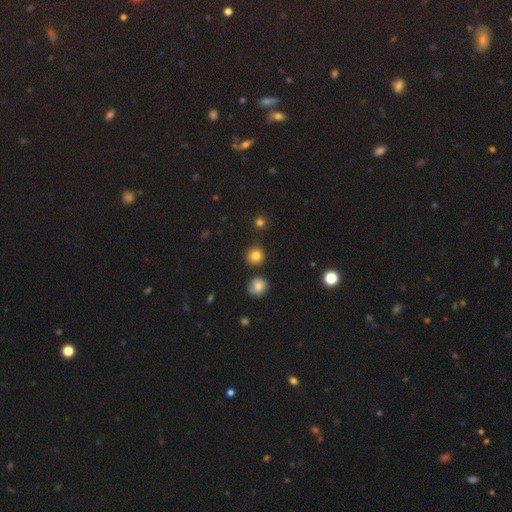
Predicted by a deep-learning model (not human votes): Q: Smooth or featured?
A: smooth (82%); runner-up: star or artifact (12%)
Q: How rounded?
A: round (92%); runner-up: in between (7%)
Q: Merging?
A: none (87%); runner-up: minor disturbance (8%)